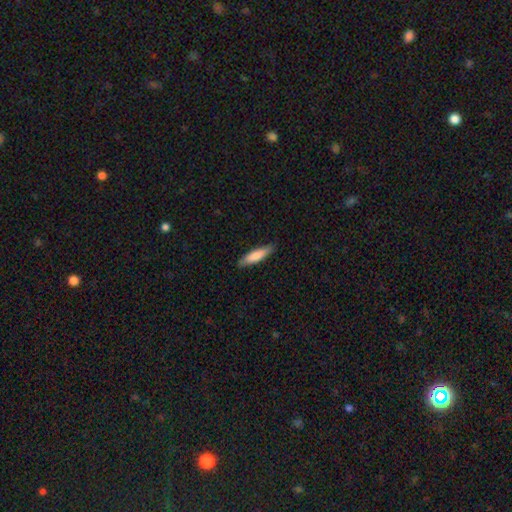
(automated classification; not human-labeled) smooth-or-featured: smooth: 79% | featured or disk: 15% | star or artifact: 5%
  how-rounded: cigar-shaped: 73% | in between: 25% | round: 1%
  merging: none: 86% | minor disturbance: 11% | major disturbance: 2% | merger: 1%